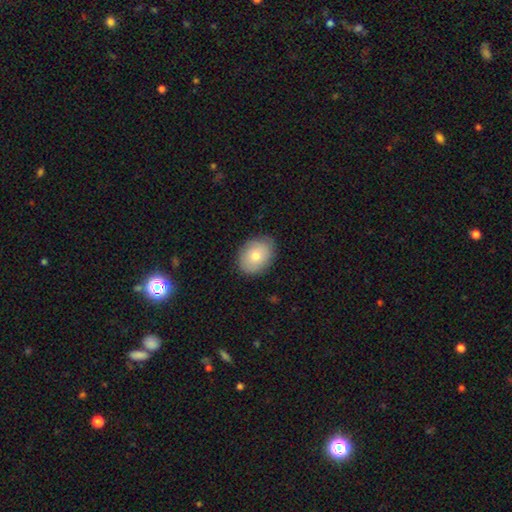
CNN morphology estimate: A smooth galaxy with no disk features (76%) that is in between round and cigar-shaped (65%).

Vote fractions:
- Smooth or featured? smooth: 76% / featured or disk: 17% / star or artifact: 8%
- How rounded? in between: 65% / round: 34% / cigar-shaped: 1%
- Merging? none: 84% / minor disturbance: 13% / major disturbance: 2% / merger: 1%